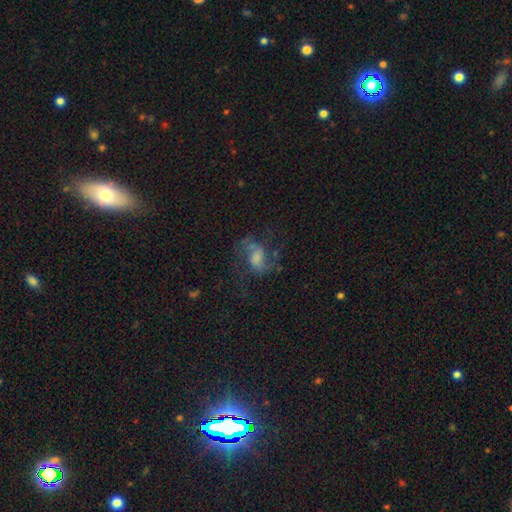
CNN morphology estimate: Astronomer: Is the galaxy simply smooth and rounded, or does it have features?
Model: featured or disk — 58%.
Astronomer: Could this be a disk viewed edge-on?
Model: no — 95%.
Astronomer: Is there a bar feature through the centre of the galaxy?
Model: no — 44% (runner-up: weak, 43%).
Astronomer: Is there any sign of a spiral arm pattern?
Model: yes — 79%.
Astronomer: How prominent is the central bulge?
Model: moderate — 34% (runner-up: small, 25%).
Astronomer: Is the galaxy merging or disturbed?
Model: none — 53%.